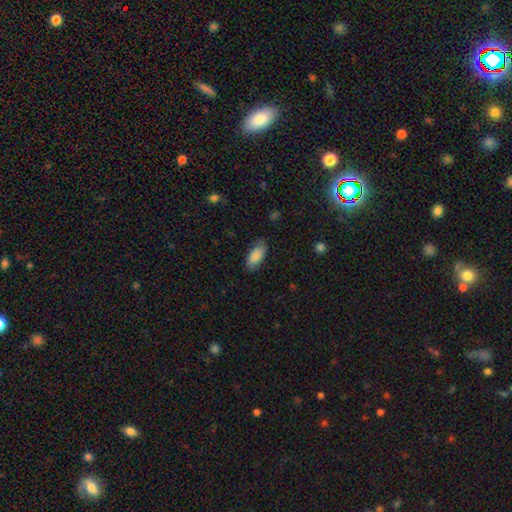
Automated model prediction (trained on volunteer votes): The model was most divided on "merging": none: 77%, minor disturbance: 18%, major disturbance: 4%, merger: 1%. More confident: how rounded — in between (92%); smooth or featured — smooth (84%).